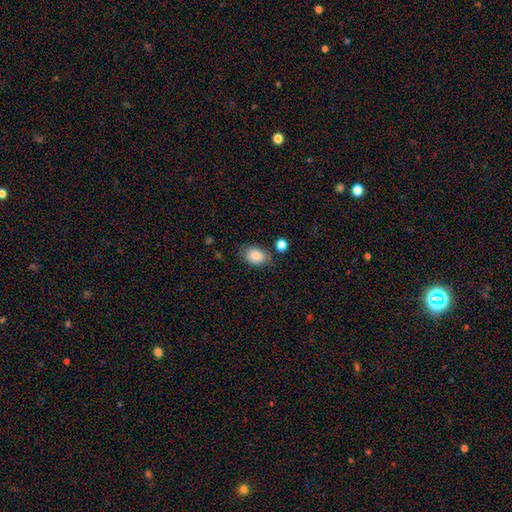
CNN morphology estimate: A smooth galaxy with no disk features (85%) that is in between round and cigar-shaped (79%). Merging: none (70%).